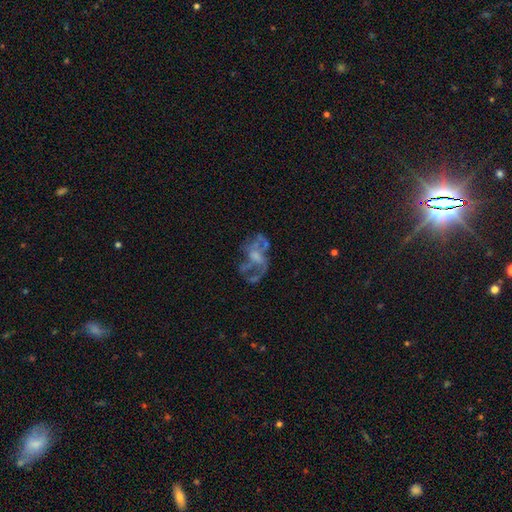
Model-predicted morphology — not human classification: smooth_or_featured: featured or disk (p=0.68) [alt: smooth p=0.19]
disk_edge_on: no (p=0.97) [alt: yes p=0.03]
bar: no (p=0.68) [alt: weak p=0.25]
has_spiral_arms: no (p=0.58) [alt: yes p=0.42]
bulge_size: none (p=0.33) [alt: moderate p=0.32]
merging: major disturbance (p=0.39) [alt: none p=0.38]